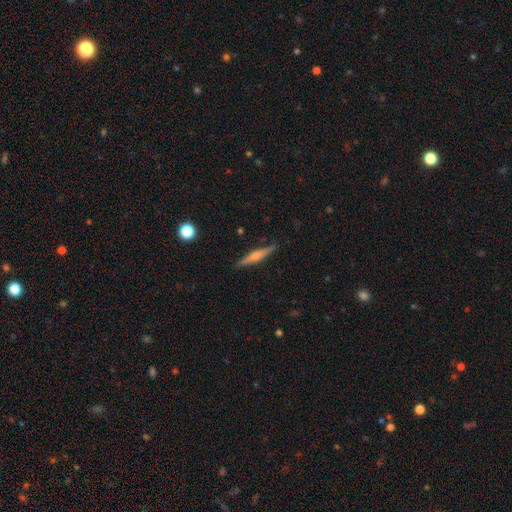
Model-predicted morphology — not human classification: Q: Smooth or featured?
A: featured or disk (50%); runner-up: smooth (43%)
Q: Edge-on disk?
A: yes (97%); runner-up: no (3%)
Q: Merging?
A: none (88%); runner-up: minor disturbance (9%)